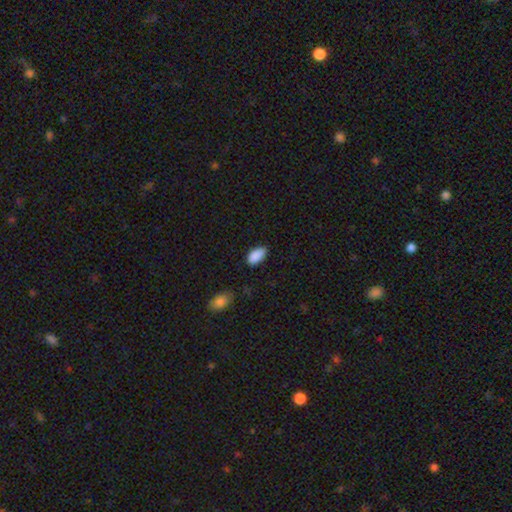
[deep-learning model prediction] Smooth or featured: smooth — 89% (star or artifact — 7%)
How rounded: in between — 94% (round — 3%)
Merging: none — 78% (minor disturbance — 18%)